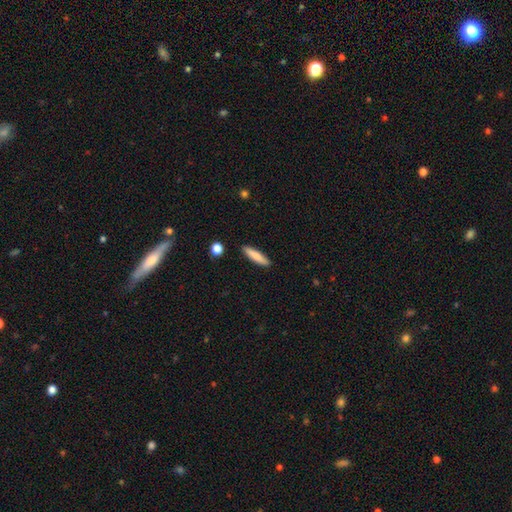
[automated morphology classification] smooth 81%, featured or disk 13%, star or artifact 6%. Down the decision tree: how rounded — cigar-shaped (81%); merging — none (89%).